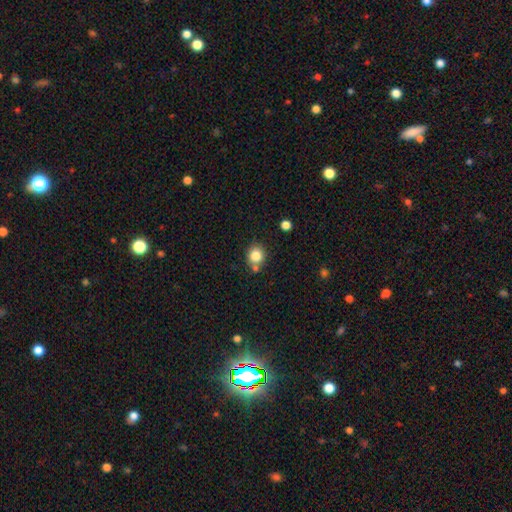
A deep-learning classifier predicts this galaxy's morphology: Q: Smooth or featured?
A: smooth (82%); runner-up: star or artifact (11%)
Q: How rounded?
A: round (84%); runner-up: in between (15%)
Q: Merging?
A: none (70%); runner-up: merger (16%)